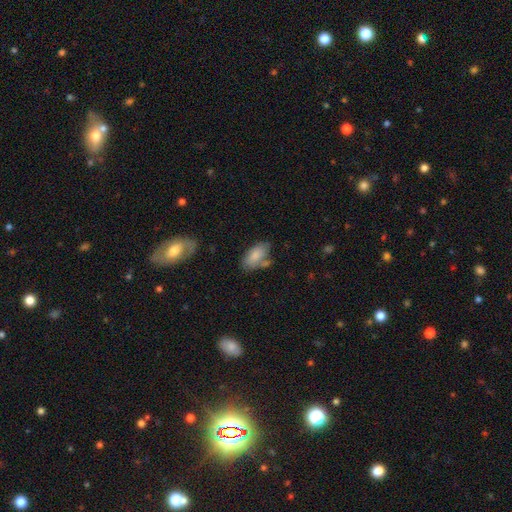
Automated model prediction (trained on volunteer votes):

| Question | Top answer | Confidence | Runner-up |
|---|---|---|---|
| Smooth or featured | smooth | 80% | featured or disk (13%) |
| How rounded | in between | 92% | cigar-shaped (5%) |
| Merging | none | 54% | minor disturbance (23%) |